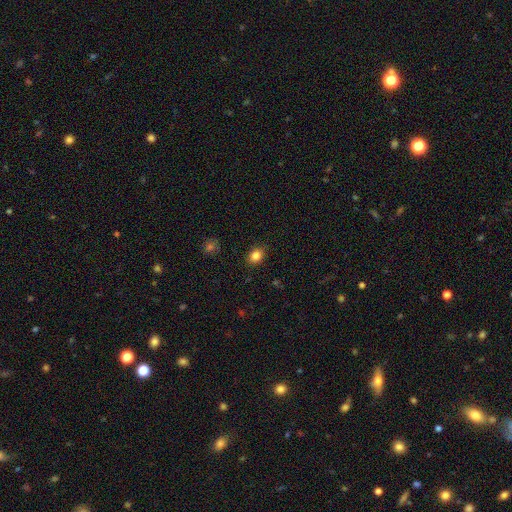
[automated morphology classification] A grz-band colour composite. It shows a smooth galaxy with no disk features (84%) that is in between round and cigar-shaped (58%). Merging: none (86%).